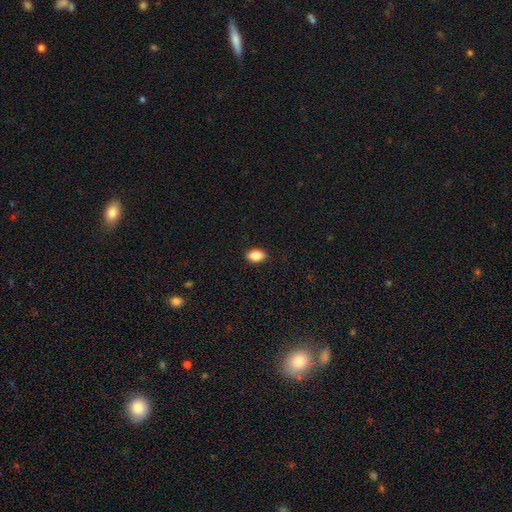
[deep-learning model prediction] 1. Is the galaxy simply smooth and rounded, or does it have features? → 85% smooth, 8% star or artifact, 7% featured or disk.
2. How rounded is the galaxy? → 86% in between, 12% round, 2% cigar-shaped.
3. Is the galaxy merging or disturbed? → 89% none, 9% minor disturbance, 2% major disturbance, 1% merger.